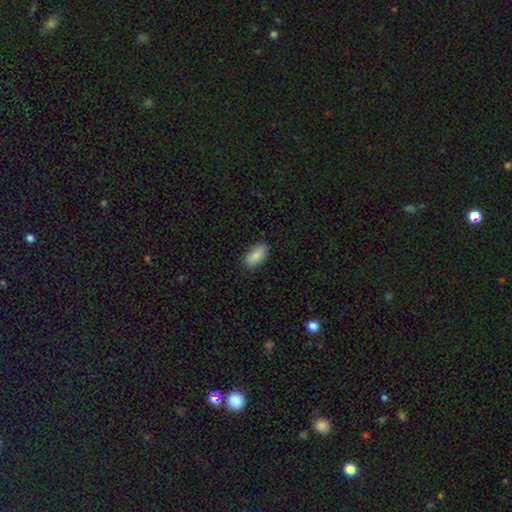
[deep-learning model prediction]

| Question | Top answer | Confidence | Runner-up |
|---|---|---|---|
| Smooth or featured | smooth | 85% | featured or disk (9%) |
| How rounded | in between | 93% | cigar-shaped (4%) |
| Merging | none | 84% | minor disturbance (13%) |